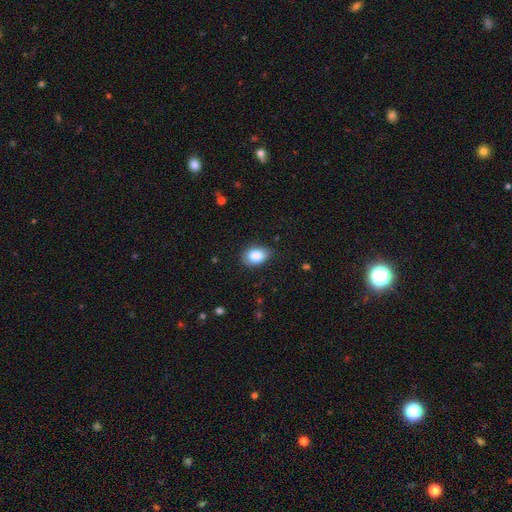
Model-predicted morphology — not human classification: This is clearly a smooth galaxy (84%). How rounded: likely in between (77%). Merging: likely none (74%).